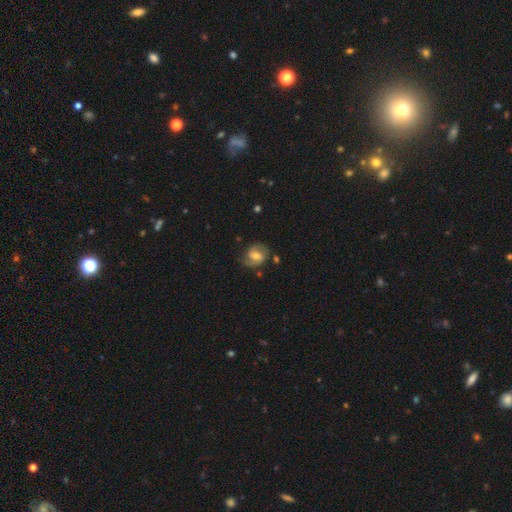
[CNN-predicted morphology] A featured or disk galaxy (68%) with a weak bar (50%), 2 (86%) medium (50%) spiral arms (90%) and a moderate central bulge (63%).

Vote fractions:
- Smooth or featured? featured or disk: 68% / smooth: 25% / star or artifact: 7%
- Edge-on disk? no: 97% / yes: 3%
- Bar? weak: 50% / no: 30% / strong: 20%
- Spiral arms? yes: 90% / no: 10%
- Spiral winding? medium: 50% / tight: 30% / loose: 20%
- Spiral arm count? 2: 86% / can't tell: 7% / 1: 4% / 3: 1% / 4: 1% / more than 4: 1%
- Bulge size? moderate: 63% / small: 24% / large: 9% / none: 3% / dominant: 1%
- Merging? none: 74% / minor disturbance: 17% / major disturbance: 6% / merger: 3%